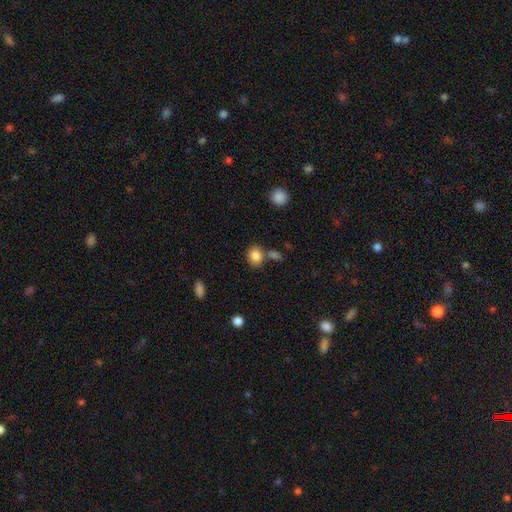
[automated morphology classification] smooth_or_featured: smooth (p=0.85) [alt: star or artifact p=0.09]
how_rounded: in between (p=0.52) [alt: round p=0.47]
merging: none (p=0.62) [alt: merger p=0.21]